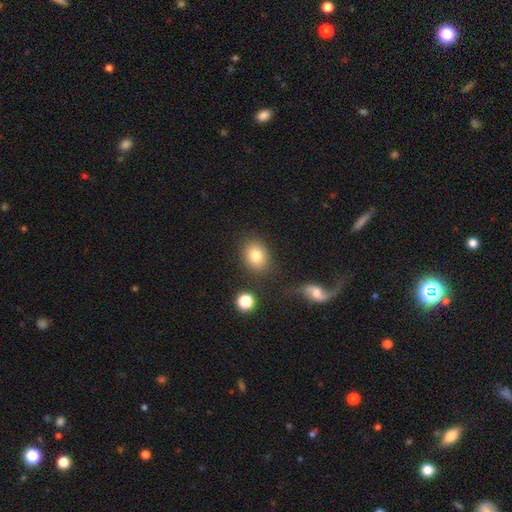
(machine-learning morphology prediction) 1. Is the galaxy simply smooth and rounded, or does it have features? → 81% smooth, 10% star or artifact, 9% featured or disk.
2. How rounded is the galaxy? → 51% round, 48% in between, 1% cigar-shaped.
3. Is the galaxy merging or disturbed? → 81% none, 11% minor disturbance, 4% merger, 4% major disturbance.